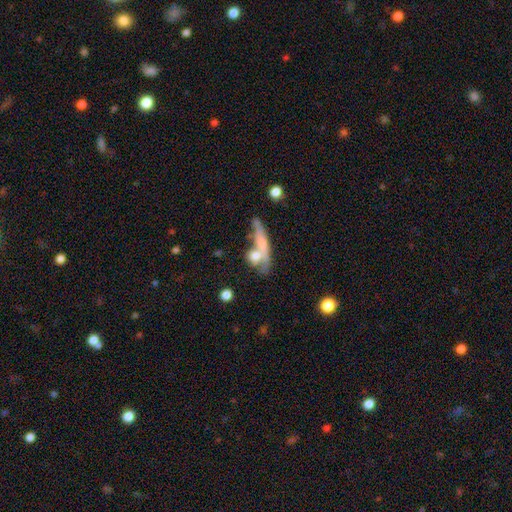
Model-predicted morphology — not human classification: smooth-or-featured: smooth: 60% | featured or disk: 32% | star or artifact: 9%
  how-rounded: cigar-shaped: 36% | in between: 33% | round: 32%
  merging: merger: 43% | none: 34% | minor disturbance: 13% | major disturbance: 10%